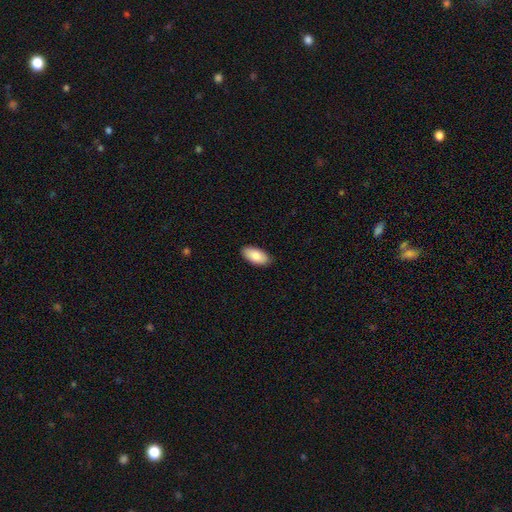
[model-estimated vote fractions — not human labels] smooth 86%, featured or disk 8%, star or artifact 6%. Down the decision tree: how rounded — in between (94%); merging — none (88%).